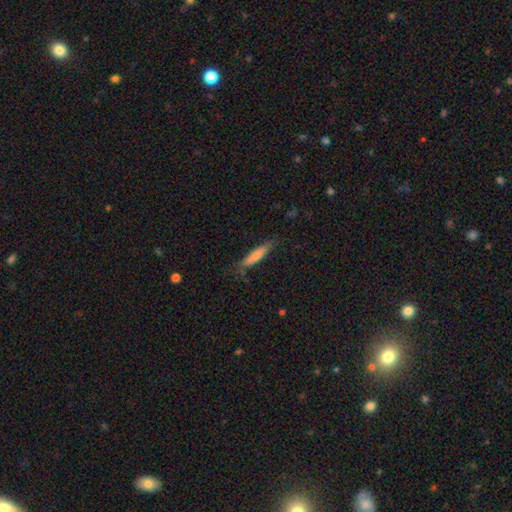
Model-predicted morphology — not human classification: This appears to be a smooth galaxy with no disk features (77%) that is cigar-shaped (83%). Merging: none (76%).